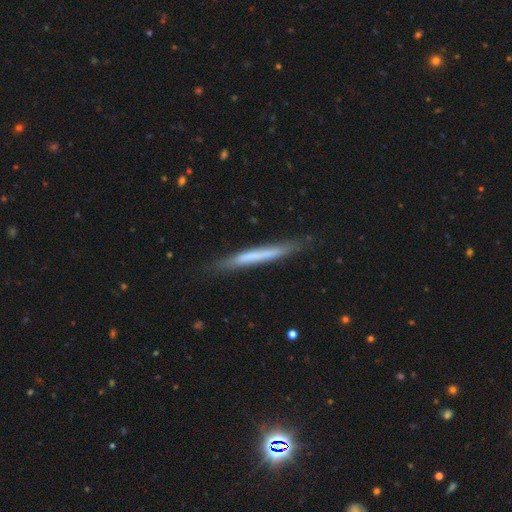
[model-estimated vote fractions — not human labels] Overall: smooth (57%; featured or disk 37%). How rounded: cigar-shaped (97%). Merging: none (85%).